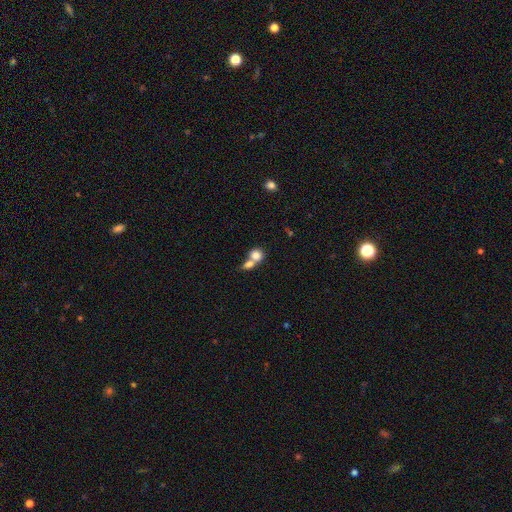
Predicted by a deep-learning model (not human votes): Morphology: type=smooth (79%); roundness=round (66%); merging=merger (63%).